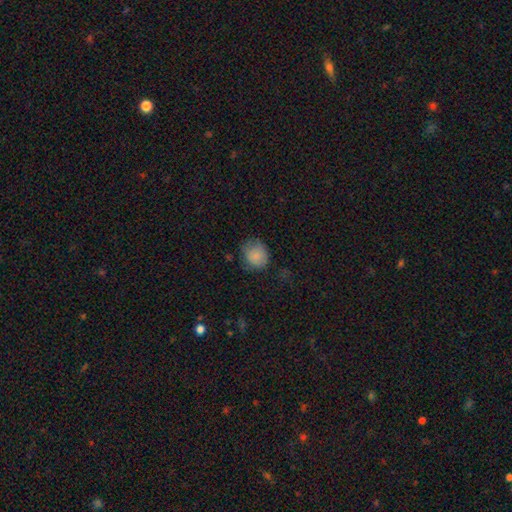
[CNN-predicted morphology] smooth 83%, star or artifact 9%, featured or disk 8%. Down the decision tree: how rounded — round (74%); merging — none (65%).